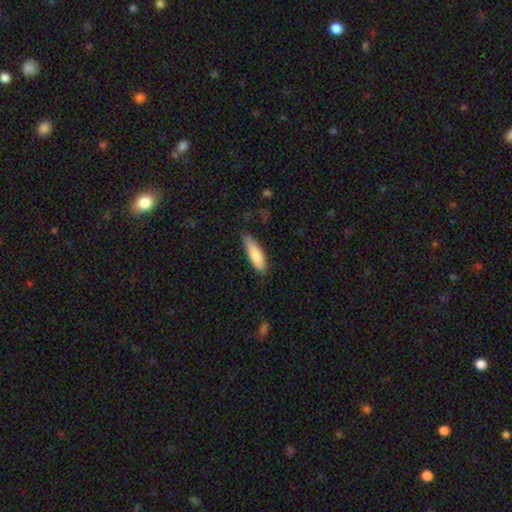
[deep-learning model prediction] Smooth or featured?
  - smooth: 83% *
  - featured or disk: 12%
  - star or artifact: 6%
How rounded?
  - in between: 50% *
  - cigar-shaped: 49%
  - round: 2%
Merging?
  - none: 78% *
  - minor disturbance: 17%
  - major disturbance: 3%
  - merger: 1%